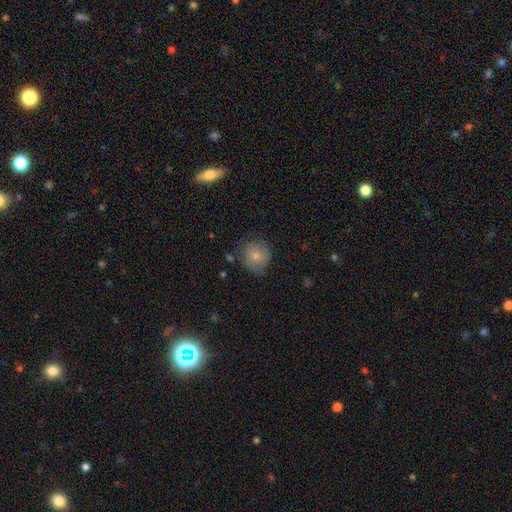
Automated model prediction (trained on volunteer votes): Smooth or featured: smooth — 74% (featured or disk — 18%)
How rounded: round — 87% (in between — 12%)
Merging: none — 71% (minor disturbance — 22%)